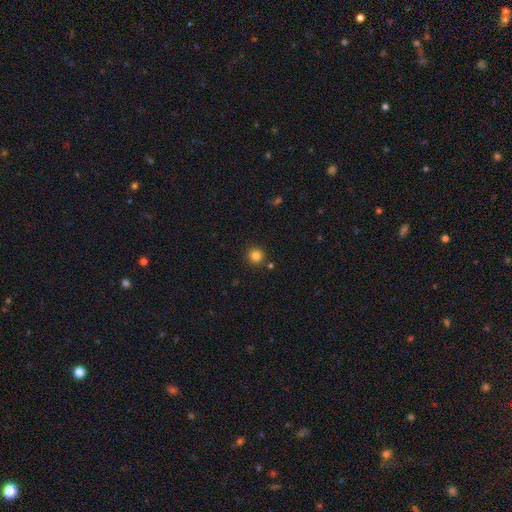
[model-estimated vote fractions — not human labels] smooth 83%, star or artifact 12%, featured or disk 5%. Down the decision tree: how rounded — round (95%); merging — none (89%).